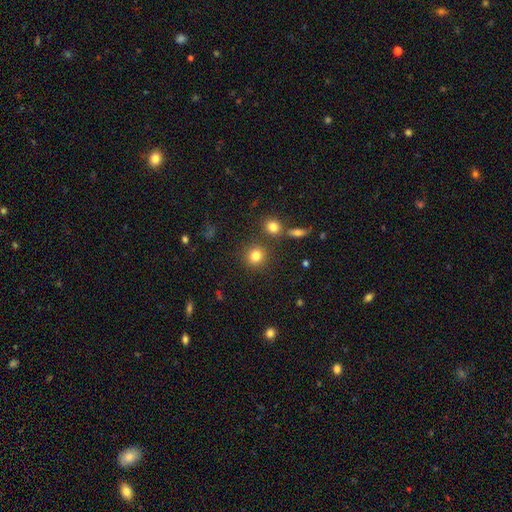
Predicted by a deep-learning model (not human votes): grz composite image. It shows a smooth galaxy with no disk features (82%) that is round (87%). Merging: none (81%).